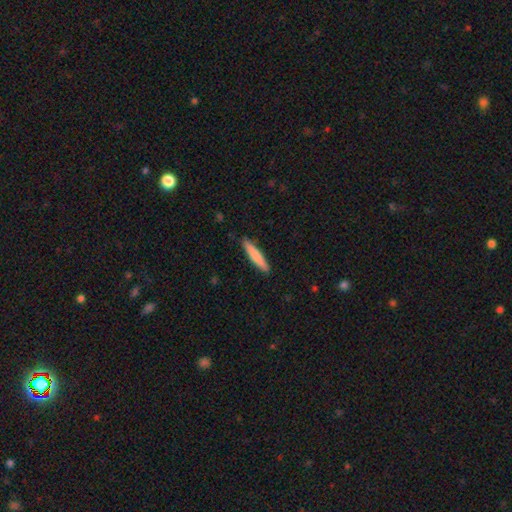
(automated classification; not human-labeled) Morphology: type=smooth (76%); roundness=cigar-shaped (92%); merging=none (89%).